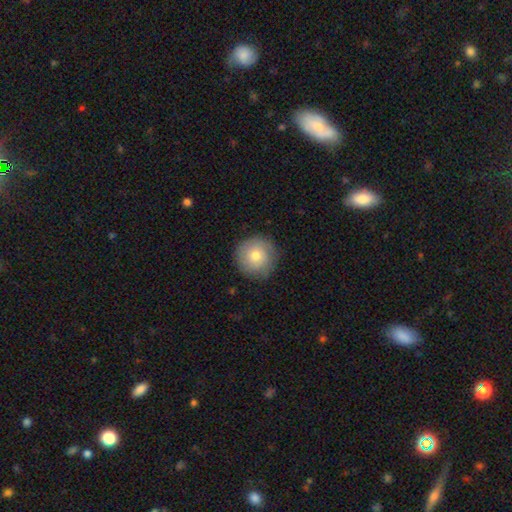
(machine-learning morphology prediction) Q: Smooth or featured?
A: smooth (72%); runner-up: featured or disk (20%)
Q: How rounded?
A: round (95%); runner-up: in between (4%)
Q: Merging?
A: none (85%); runner-up: minor disturbance (11%)